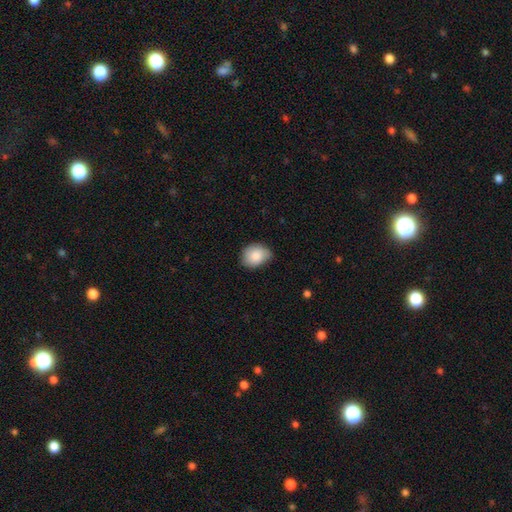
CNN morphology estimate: Smooth or featured?
  - smooth: 84% *
  - featured or disk: 9%
  - star or artifact: 7%
How rounded?
  - in between: 57% *
  - round: 42%
  - cigar-shaped: 1%
Merging?
  - none: 67% *
  - minor disturbance: 28%
  - major disturbance: 4%
  - merger: 1%